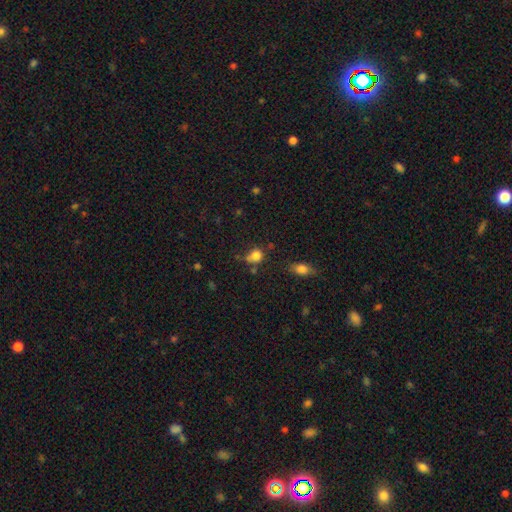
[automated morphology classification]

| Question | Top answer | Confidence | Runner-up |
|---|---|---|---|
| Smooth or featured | smooth | 80% | star or artifact (13%) |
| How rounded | round | 68% | in between (31%) |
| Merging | none | 53% | minor disturbance (24%) |